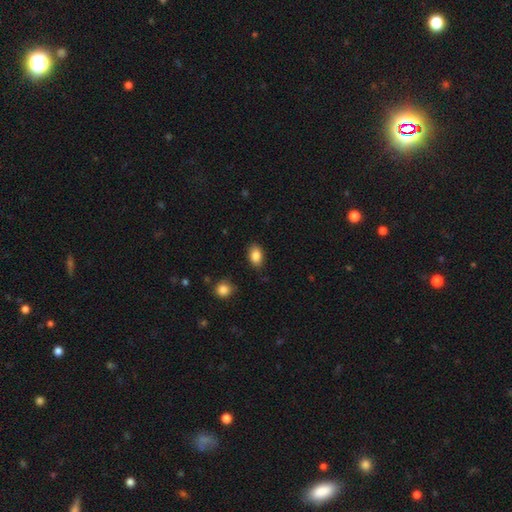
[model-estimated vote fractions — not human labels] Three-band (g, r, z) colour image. It shows a smooth galaxy with no disk features (86%) that is in between round and cigar-shaped (88%). Merging: none (85%).